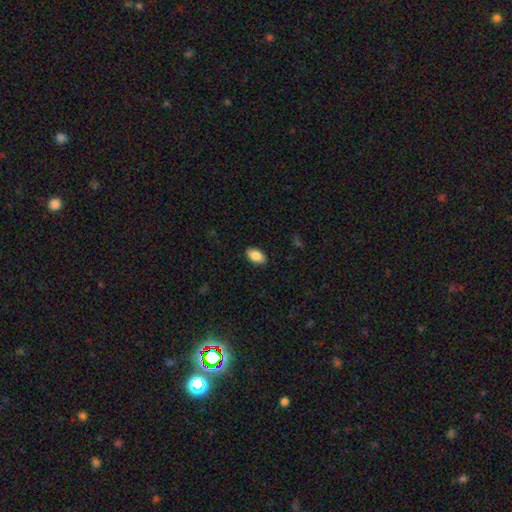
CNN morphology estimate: The model was most divided on "merging": none: 89%, minor disturbance: 9%, major disturbance: 2%, merger: 1%. More confident: how rounded — in between (94%); smooth or featured — smooth (88%).